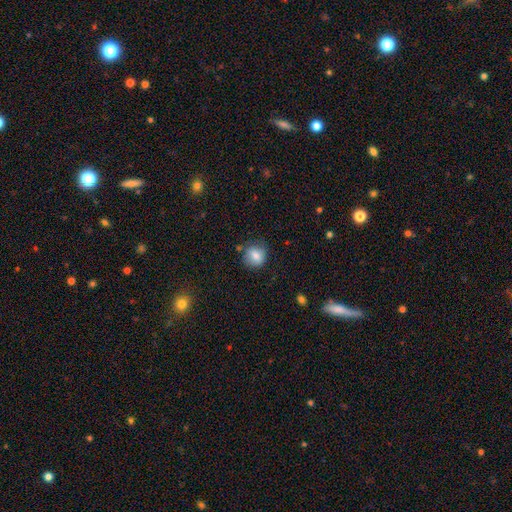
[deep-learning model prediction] Overall: smooth (81%). How rounded: round (82%). Merging: none (74%).